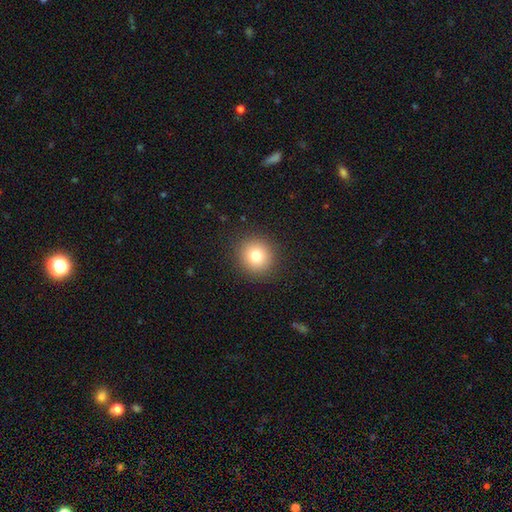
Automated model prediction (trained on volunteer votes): Smooth or featured? smooth (79%)
How rounded? round (91%)
Merging? none (91%)